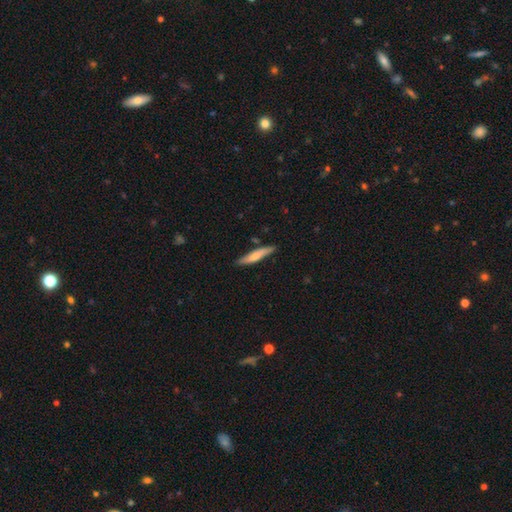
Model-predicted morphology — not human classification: A smooth galaxy with no disk features (60%) that is cigar-shaped (88%). Merging: none (84%).